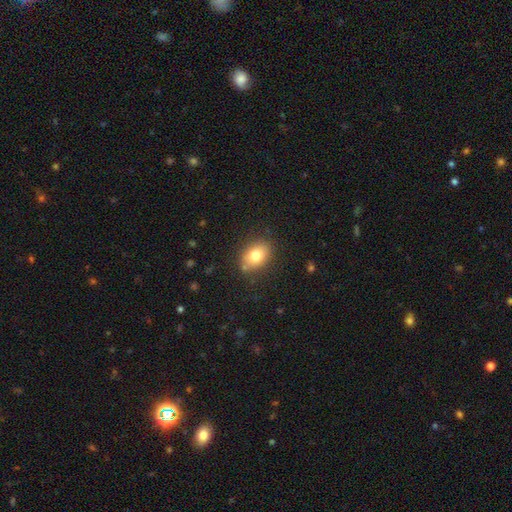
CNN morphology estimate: This is likely a smooth galaxy (78%). How rounded: likely in between (72%). Merging: clearly none (81%).